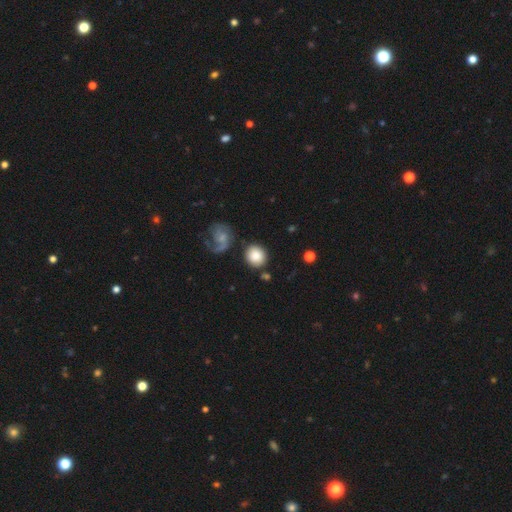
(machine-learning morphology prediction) Overall: smooth (79%). How rounded: round (85%). Merging: none (75%).